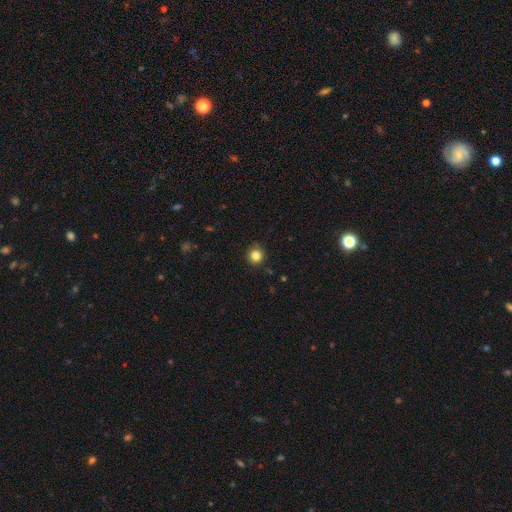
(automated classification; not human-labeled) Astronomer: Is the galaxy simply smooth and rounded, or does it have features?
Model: smooth — 83%.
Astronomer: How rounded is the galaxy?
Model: round — 93%.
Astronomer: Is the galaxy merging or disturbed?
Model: none — 87%.